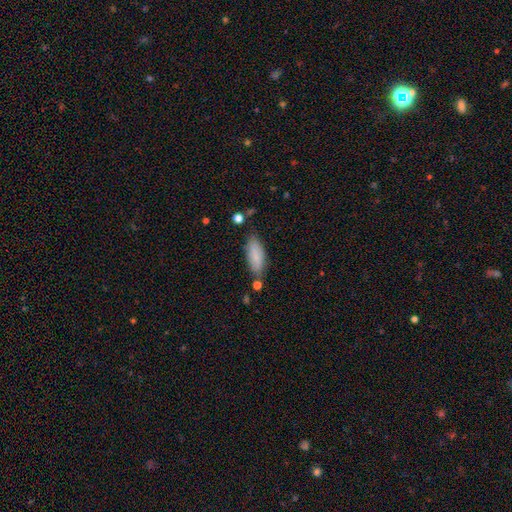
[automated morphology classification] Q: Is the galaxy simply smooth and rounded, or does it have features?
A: smooth — 85%.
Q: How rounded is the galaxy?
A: in between — 71%.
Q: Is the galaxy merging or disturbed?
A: none — 75%.